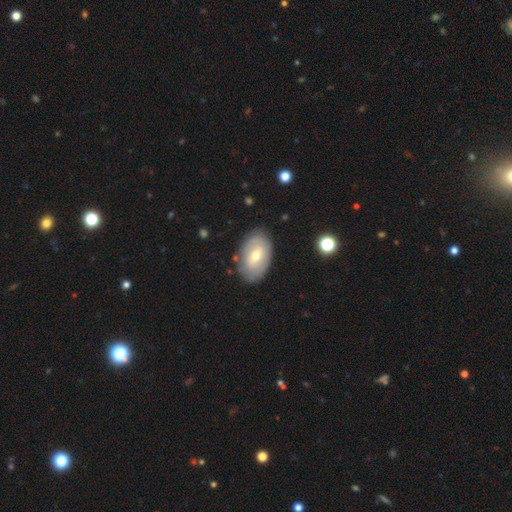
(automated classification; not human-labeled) A smooth galaxy with no disk features (48%). Merging: none (80%).